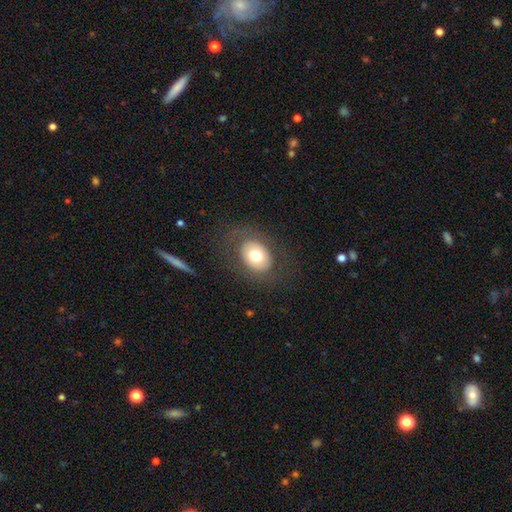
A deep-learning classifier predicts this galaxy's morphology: Overall: smooth (67%). How rounded: in between (64%; round 35%). Merging: none (79%).